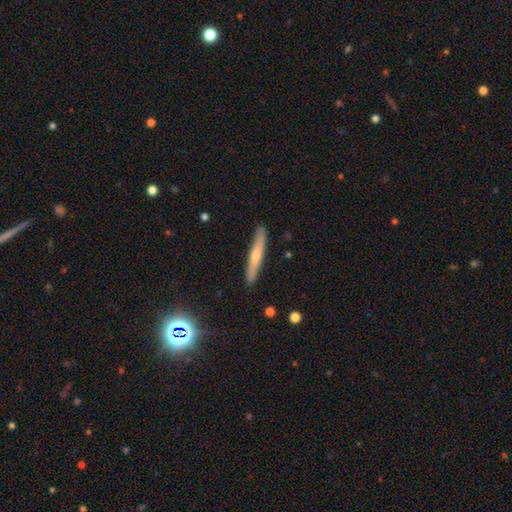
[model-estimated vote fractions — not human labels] smooth_or_featured: featured or disk (p=0.49) [alt: smooth p=0.43]
merging: none (p=0.88) [alt: minor disturbance p=0.09]